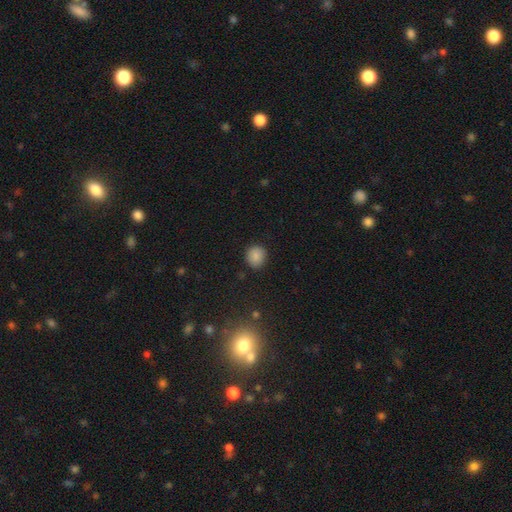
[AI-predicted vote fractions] The model was most divided on "how rounded": round: 80%, in between: 19%, cigar-shaped: 1%. More confident: merging — none (87%); smooth or featured — smooth (85%).